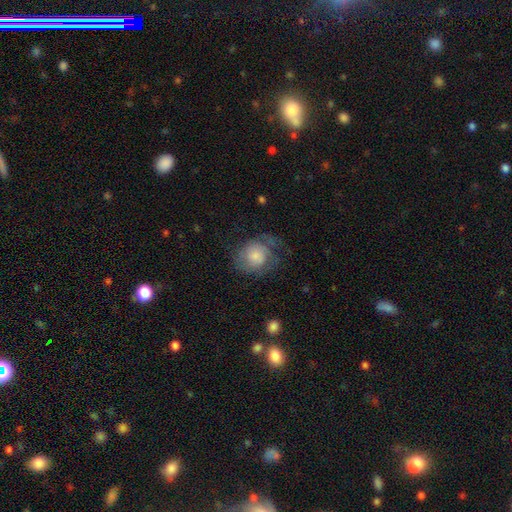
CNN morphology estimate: smooth 53%, featured or disk 39%, star or artifact 8%. Down the decision tree: how rounded — round (74%); merging — none (45%).